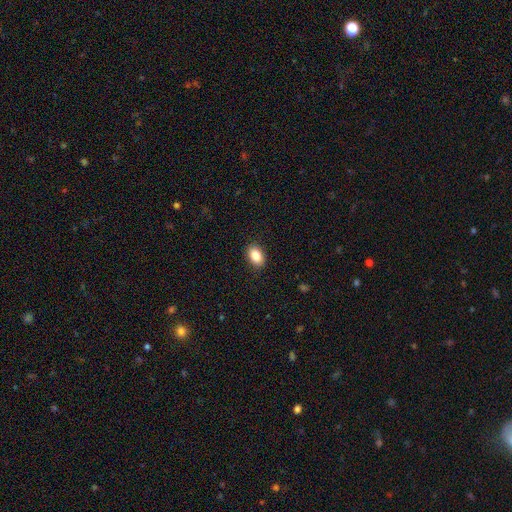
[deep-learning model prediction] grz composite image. It shows a smooth galaxy with no disk features (86%) that is in between round and cigar-shaped (84%). Merging: none (89%).